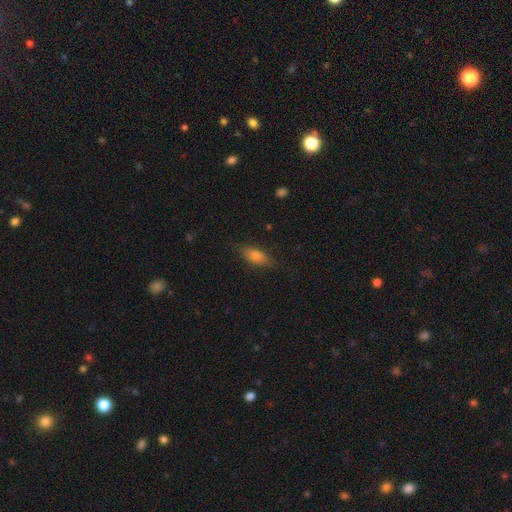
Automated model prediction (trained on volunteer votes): A smooth galaxy with no disk features (75%) that is in between round and cigar-shaped (74%). Merging: none (81%).